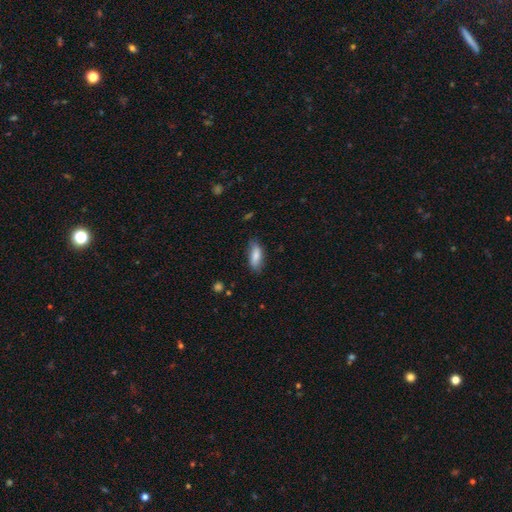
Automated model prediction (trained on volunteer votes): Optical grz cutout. It shows a smooth galaxy with no disk features (80%) that is in between round and cigar-shaped (75%). Merging: none (75%).